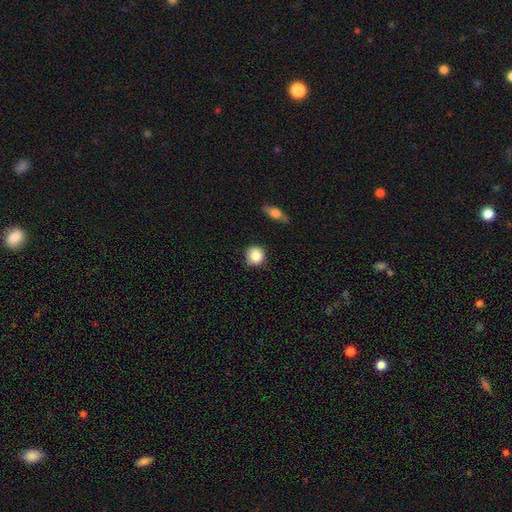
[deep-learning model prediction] smooth_or_featured: smooth (p=0.88) [alt: star or artifact p=0.08]
how_rounded: round (p=0.89) [alt: in between p=0.10]
merging: none (p=0.82) [alt: minor disturbance p=0.13]